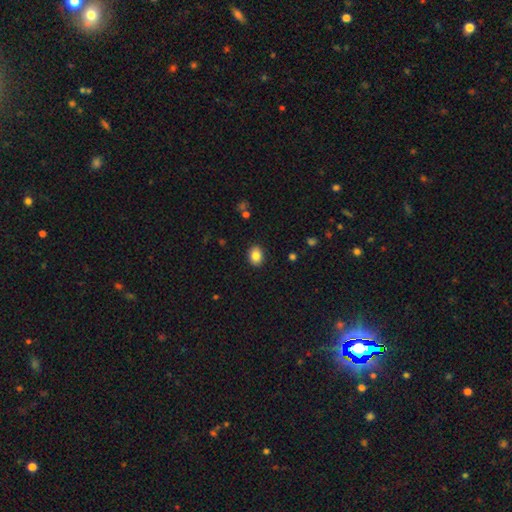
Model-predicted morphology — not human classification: This appears to be a smooth galaxy with no disk features (85%) that is in between round and cigar-shaped (56%). Merging: none (90%).